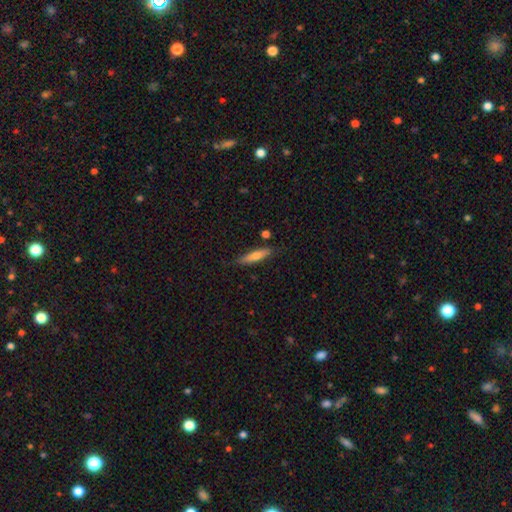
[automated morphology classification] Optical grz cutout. It shows a smooth galaxy with no disk features (67%) that is cigar-shaped (79%). Merging: none (81%).